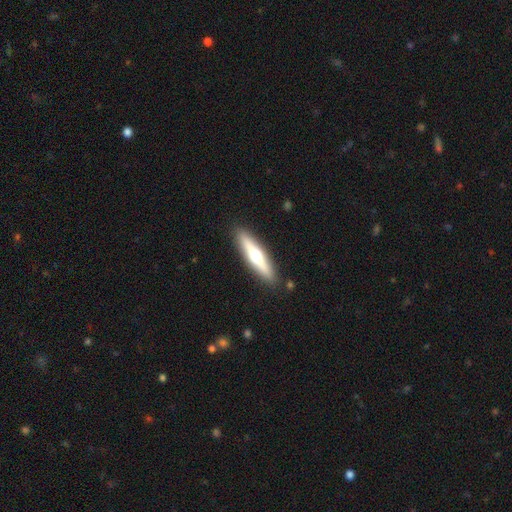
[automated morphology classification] Smooth or featured? Predicted: featured or disk (p=0.52). Edge-on disk? Predicted: yes (p=0.93). Merging? Predicted: none (p=0.89).